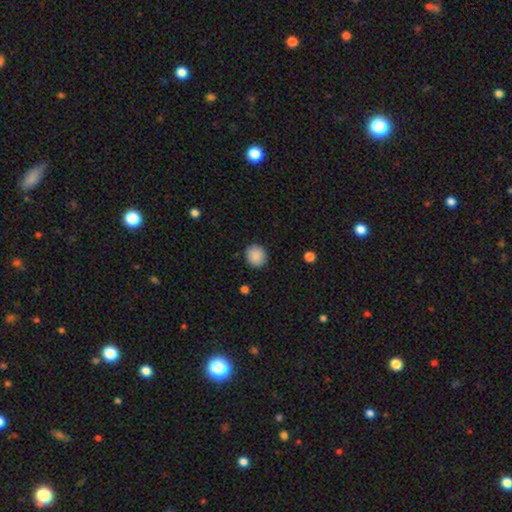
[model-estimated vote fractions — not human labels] This appears to be a smooth galaxy with no disk features (89%) that is round (90%). Merging: none (90%).